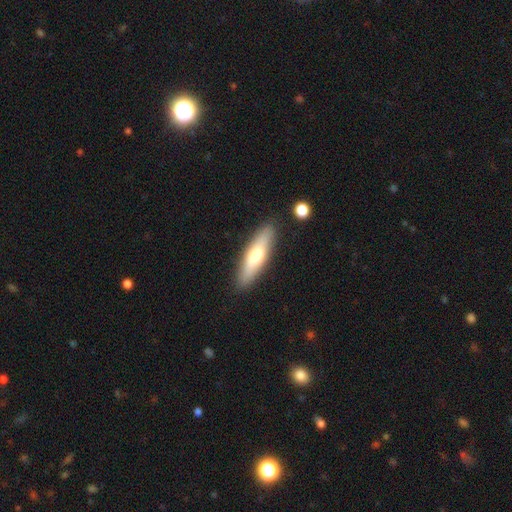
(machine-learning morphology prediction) Overall: smooth (60%; featured or disk 35%). How rounded: cigar-shaped (70%). Merging: none (87%).